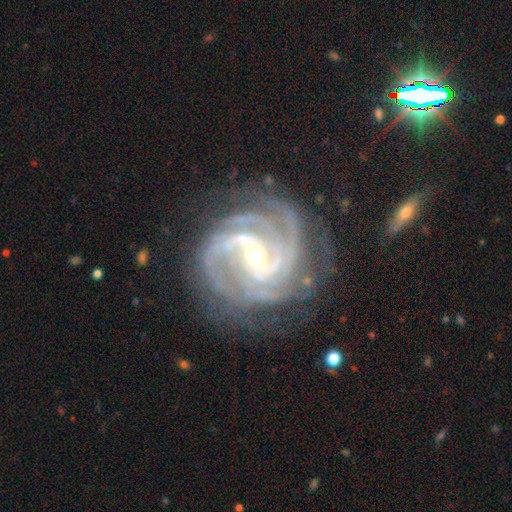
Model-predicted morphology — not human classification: Smooth or featured? Predicted: featured or disk (p=0.93). Edge-on disk? Predicted: no (p=0.98). Bar? Predicted: weak (p=0.42). Spiral arms? Predicted: yes (p=0.99). Spiral winding? Predicted: tight (p=0.65). Spiral arm count? Predicted: 3 (p=0.31). Bulge size? Predicted: small (p=0.62). Merging? Predicted: none (p=0.74).